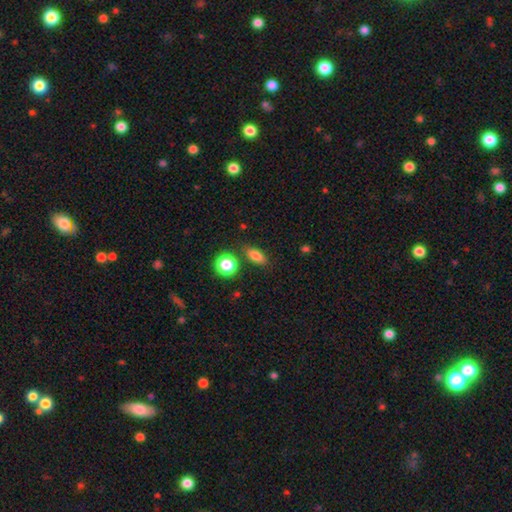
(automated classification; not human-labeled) Smooth or featured? Predicted: smooth (p=0.82). How rounded? Predicted: in between (p=0.73). Merging? Predicted: none (p=0.82).